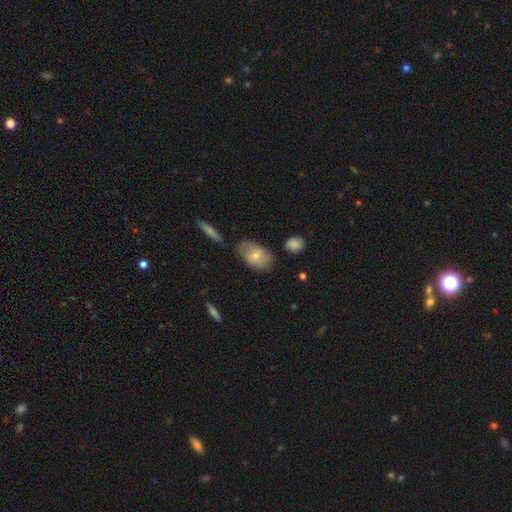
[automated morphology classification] Smooth or featured: smooth — 66% (featured or disk — 27%)
How rounded: in between — 87% (round — 11%)
Merging: none — 59% (minor disturbance — 27%)